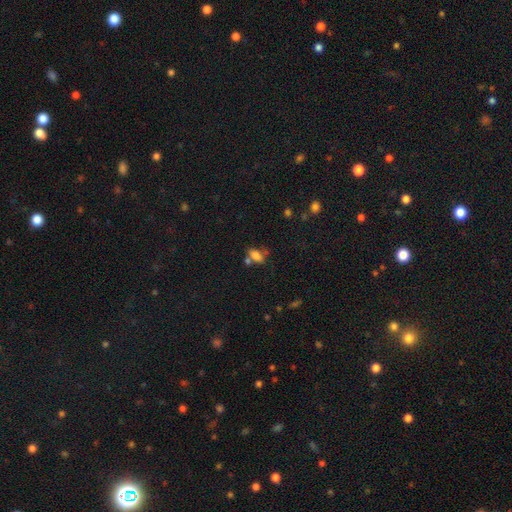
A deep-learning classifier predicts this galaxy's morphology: type=smooth (73%); roundness=in between (84%); merging=none (45%).